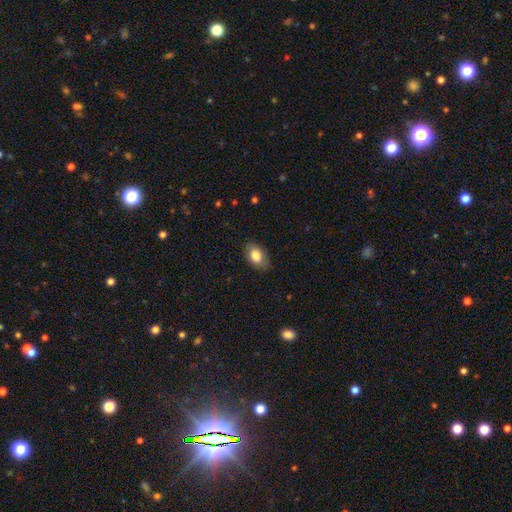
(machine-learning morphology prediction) This is clearly a smooth galaxy (82%). How rounded: clearly in between (87%). Merging: clearly none (82%).